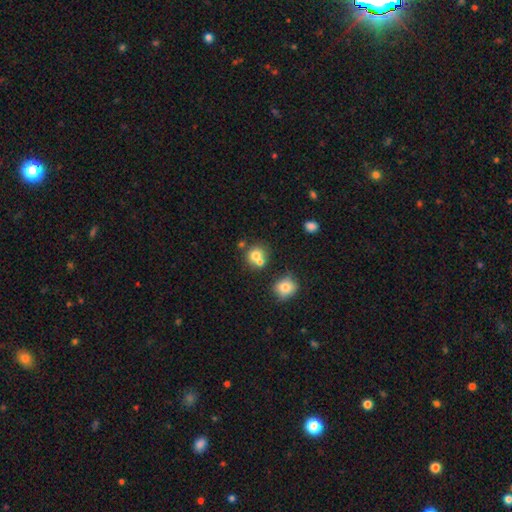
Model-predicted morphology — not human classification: Smooth or featured?
  - smooth: 72% *
  - featured or disk: 15%
  - star or artifact: 12%
How rounded?
  - round: 82% *
  - in between: 17%
  - cigar-shaped: 1%
Merging?
  - merger: 46% *
  - none: 43%
  - minor disturbance: 8%
  - major disturbance: 3%